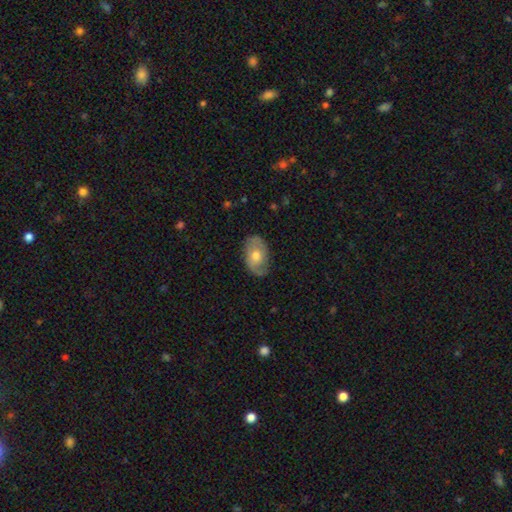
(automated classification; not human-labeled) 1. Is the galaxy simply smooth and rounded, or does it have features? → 53% featured or disk, 40% smooth, 7% star or artifact.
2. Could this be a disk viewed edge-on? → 93% no, 7% yes.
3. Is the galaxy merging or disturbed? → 76% none, 18% minor disturbance, 5% major disturbance, 1% merger.